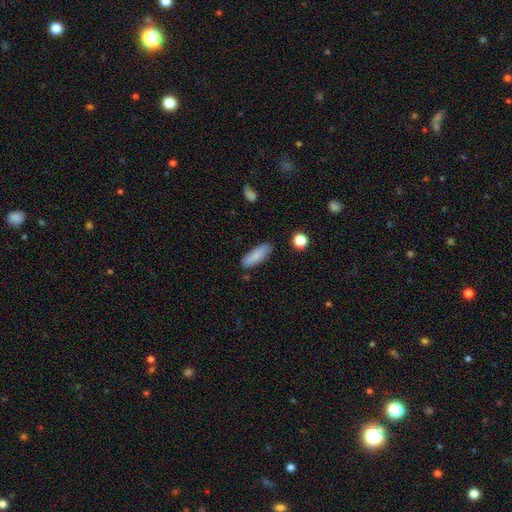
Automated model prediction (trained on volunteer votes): This is clearly a smooth galaxy (86%). How rounded: possibly in between (55%). Merging: likely none (80%).